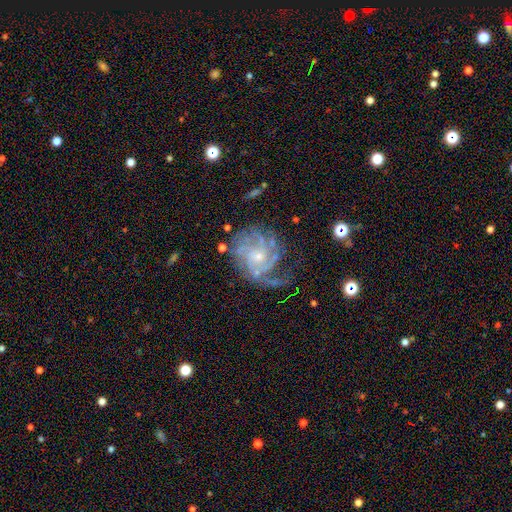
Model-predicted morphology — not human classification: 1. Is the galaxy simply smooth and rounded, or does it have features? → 73% featured or disk, 17% star or artifact, 11% smooth.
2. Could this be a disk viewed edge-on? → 97% no, 3% yes.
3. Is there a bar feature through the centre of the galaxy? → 62% no, 29% weak, 8% strong.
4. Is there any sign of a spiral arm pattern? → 94% yes, 6% no.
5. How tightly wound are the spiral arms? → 62% tight, 30% medium, 8% loose.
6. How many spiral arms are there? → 31% can't tell, 22% 3, 17% 2, 12% 4, 9% more than 4, 9% 1.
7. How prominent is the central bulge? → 57% small, 37% moderate, 2% none, 2% large, 1% dominant.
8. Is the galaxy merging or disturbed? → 67% none, 18% minor disturbance, 12% major disturbance, 2% merger.